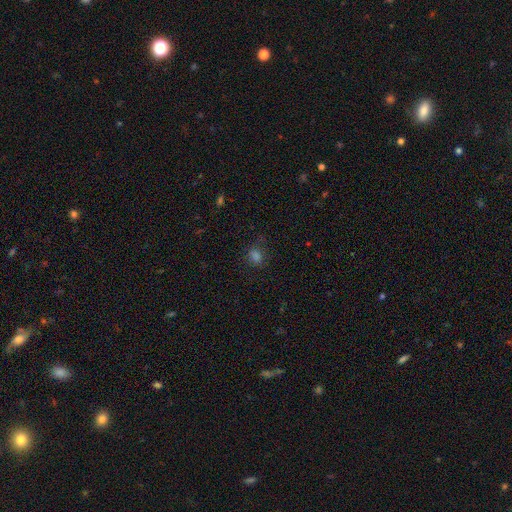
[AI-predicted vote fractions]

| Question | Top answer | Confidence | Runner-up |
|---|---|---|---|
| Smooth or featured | smooth | 71% | star or artifact (23%) |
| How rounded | round | 55% | in between (44%) |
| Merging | none | 76% | minor disturbance (15%) |